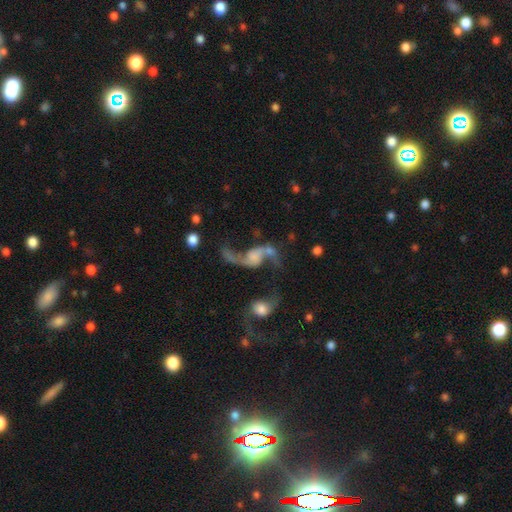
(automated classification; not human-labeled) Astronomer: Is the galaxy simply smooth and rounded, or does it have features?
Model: featured or disk — 85%.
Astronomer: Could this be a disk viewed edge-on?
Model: no — 96%.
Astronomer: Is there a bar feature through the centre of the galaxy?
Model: no — 57% (runner-up: weak, 33%).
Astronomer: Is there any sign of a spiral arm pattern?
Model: yes — 94%.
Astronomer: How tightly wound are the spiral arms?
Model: loose — 91%.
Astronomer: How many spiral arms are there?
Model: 2 — 92%.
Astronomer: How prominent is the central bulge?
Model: none — 35% (runner-up: small, 27%).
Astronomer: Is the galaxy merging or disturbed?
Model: none — 47%.